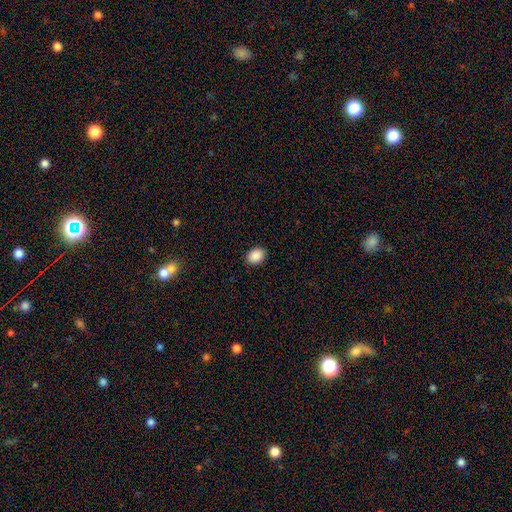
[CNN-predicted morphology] smooth 89%, star or artifact 8%, featured or disk 3%. Down the decision tree: how rounded — in between (69%); merging — none (90%).